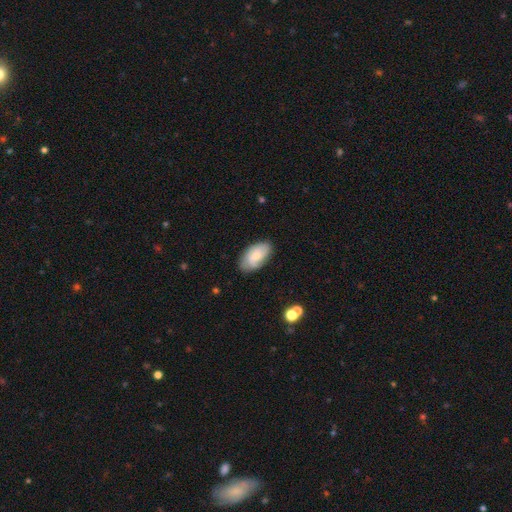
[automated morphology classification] Smooth or featured? Predicted: smooth (p=0.65). How rounded? Predicted: in between (p=0.94). Merging? Predicted: none (p=0.76).